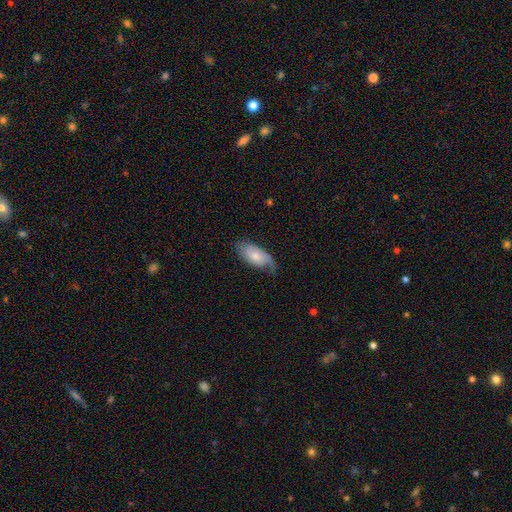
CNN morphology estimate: smooth 51%, featured or disk 43%, star or artifact 6%. Down the decision tree: how rounded — in between (91%); merging — none (53%).